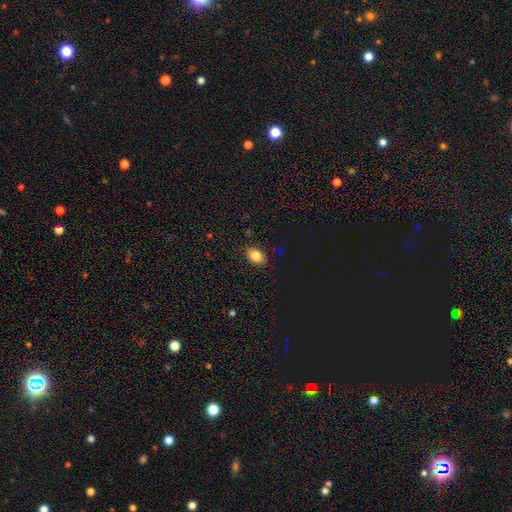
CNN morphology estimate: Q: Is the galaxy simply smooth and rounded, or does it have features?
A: smooth — 84%.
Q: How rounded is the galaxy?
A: in between — 74%.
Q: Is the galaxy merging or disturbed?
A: none — 87%.